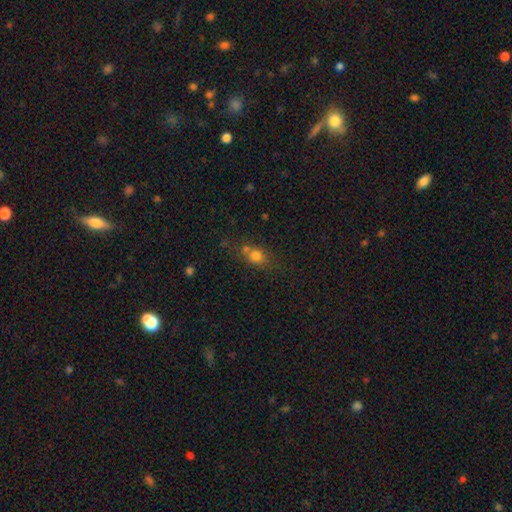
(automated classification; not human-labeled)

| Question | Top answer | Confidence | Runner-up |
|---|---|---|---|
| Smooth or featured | smooth | 74% | star or artifact (14%) |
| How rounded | round | 51% | in between (46%) |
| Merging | none | 53% | merger (25%) |